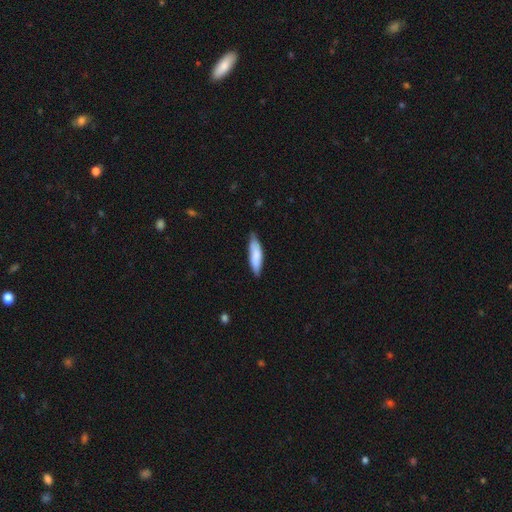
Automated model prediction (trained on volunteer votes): Smooth or featured? smooth (82%)
How rounded? cigar-shaped (61%)
Merging? none (76%)